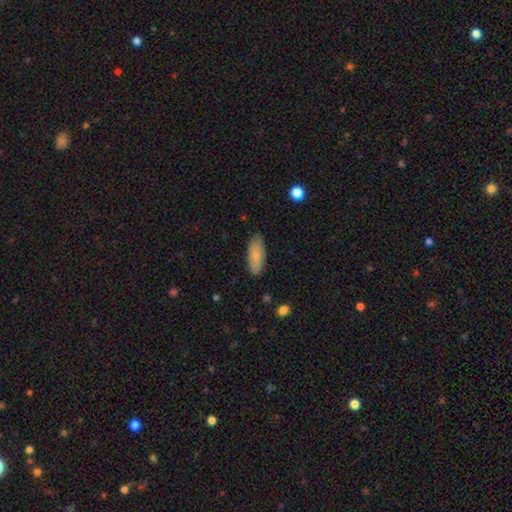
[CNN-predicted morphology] type=smooth (83%); roundness=in between (77%); merging=none (85%).